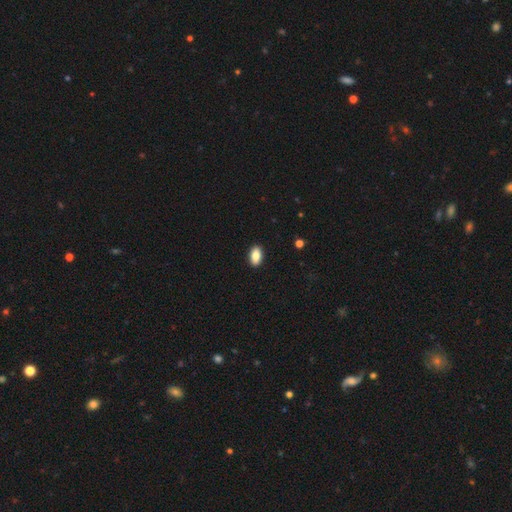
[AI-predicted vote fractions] Overall: smooth (86%). How rounded: in between (92%). Merging: none (91%).